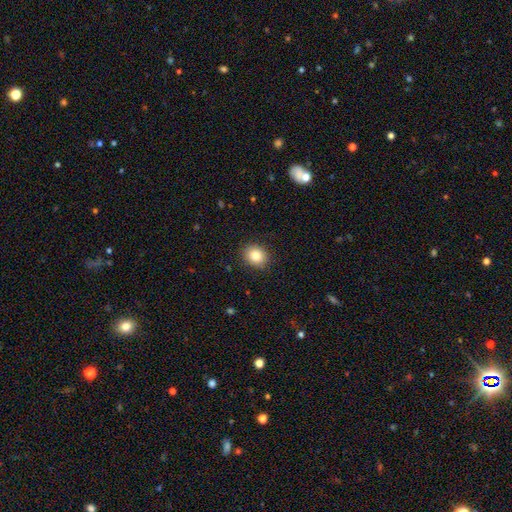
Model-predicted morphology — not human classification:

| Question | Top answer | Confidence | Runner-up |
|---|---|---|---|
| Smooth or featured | smooth | 83% | star or artifact (10%) |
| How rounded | round | 62% | in between (37%) |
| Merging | none | 89% | minor disturbance (8%) |